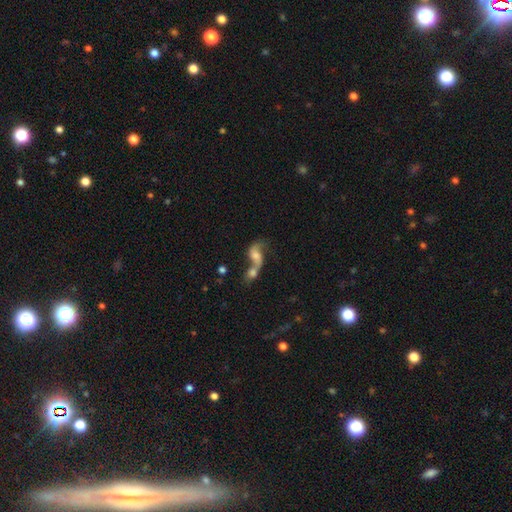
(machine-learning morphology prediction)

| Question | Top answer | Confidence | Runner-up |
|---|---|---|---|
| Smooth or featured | featured or disk | 55% | smooth (34%) |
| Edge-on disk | no | 95% | yes (5%) |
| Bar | no | 59% | weak (31%) |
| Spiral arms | yes | 75% | no (25%) |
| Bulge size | moderate | 33% | small (26%) |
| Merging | merger | 70% | none (14%) |